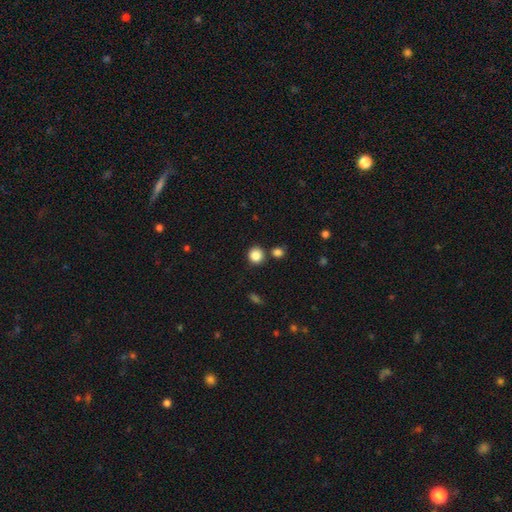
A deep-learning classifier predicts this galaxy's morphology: Smooth or featured? Predicted: smooth (p=0.86). How rounded? Predicted: round (p=0.91). Merging? Predicted: none (p=0.83).